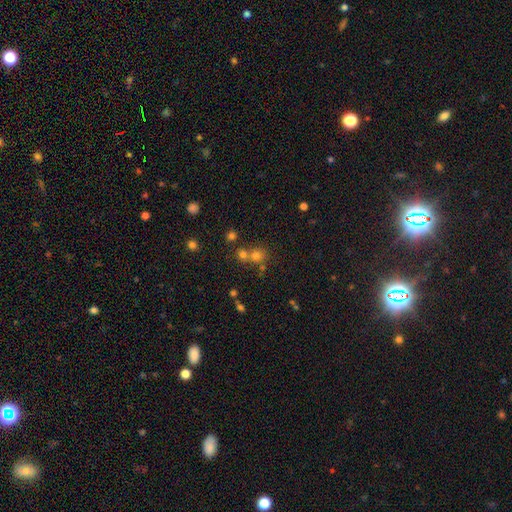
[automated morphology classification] This is likely a smooth galaxy (63%). How rounded: clearly round (86%). Merging: possibly none (55%).